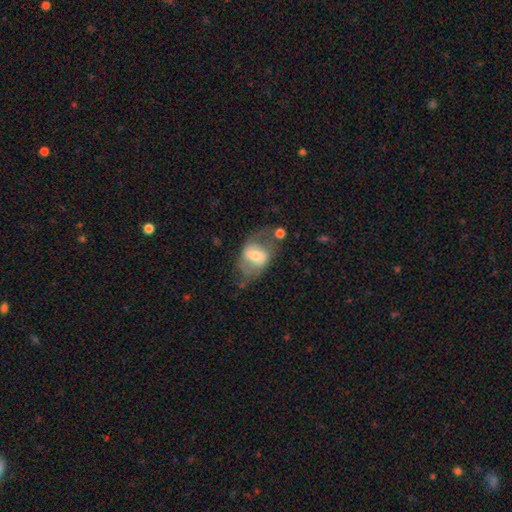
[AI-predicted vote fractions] This appears to be a featured or disk galaxy (54%) with a weak bar (40%, tied with no), spiral arms (63%) and a moderate central bulge (56%). Merging: none (40%).